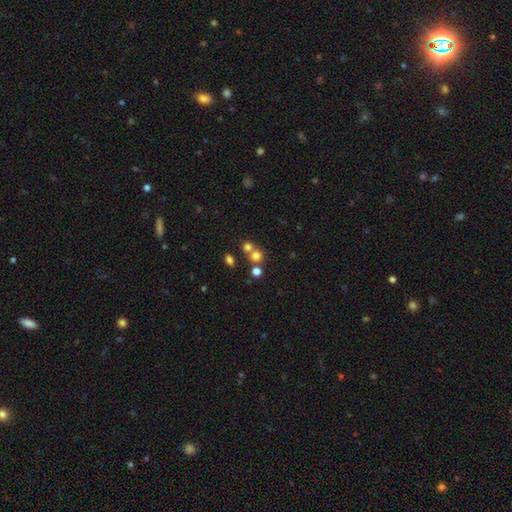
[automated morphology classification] The model was most divided on "merging": none: 51%, merger: 40%, minor disturbance: 6%, major disturbance: 3%. More confident: how rounded — round (85%); smooth or featured — smooth (71%).